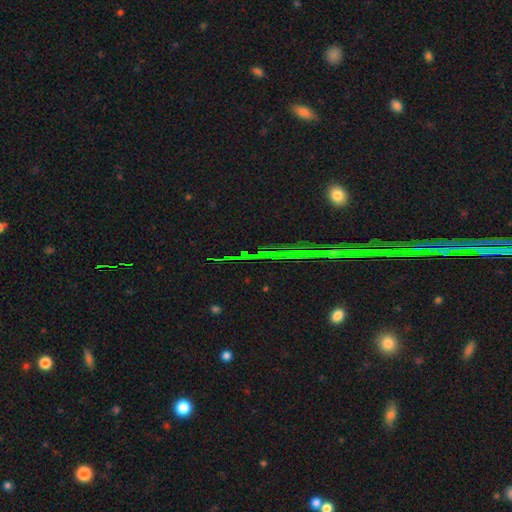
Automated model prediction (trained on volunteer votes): A star or artifact, not a galaxy (80%).